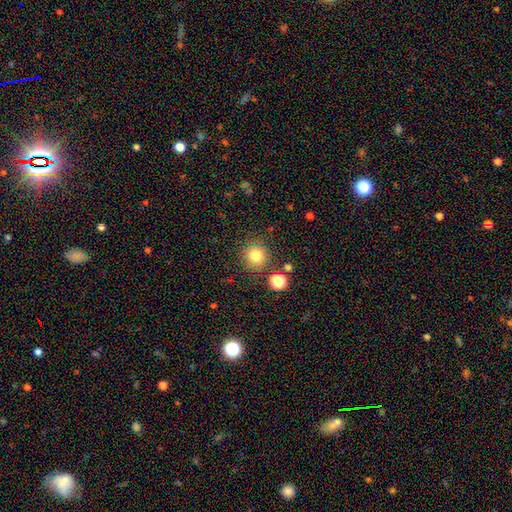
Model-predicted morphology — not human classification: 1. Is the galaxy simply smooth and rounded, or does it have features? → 80% smooth, 13% star or artifact, 7% featured or disk.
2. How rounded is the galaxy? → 92% round, 7% in between, 1% cigar-shaped.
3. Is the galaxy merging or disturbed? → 84% none, 8% minor disturbance, 5% merger, 3% major disturbance.